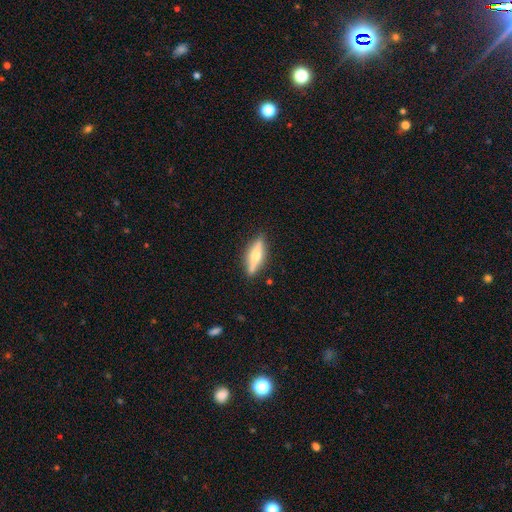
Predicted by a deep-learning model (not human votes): smooth-or-featured: featured or disk: 57% | smooth: 37% | star or artifact: 6%
  disk-edge-on: yes: 94% | no: 6%
    edge-on-bulge: rounded: 87% | boxy: 8% | none: 6%
  merging: none: 86% | minor disturbance: 10% | major disturbance: 2% | merger: 2%